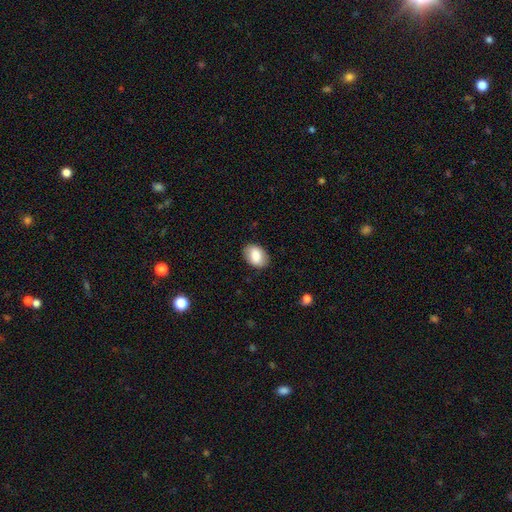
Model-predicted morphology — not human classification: Smooth or featured? Predicted: smooth (p=0.84). How rounded? Predicted: in between (p=0.83). Merging? Predicted: none (p=0.86).